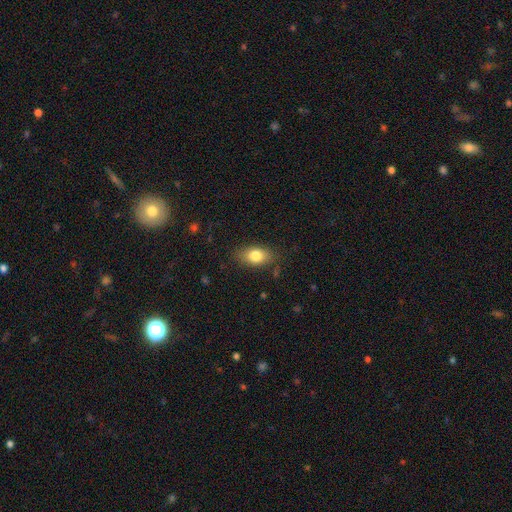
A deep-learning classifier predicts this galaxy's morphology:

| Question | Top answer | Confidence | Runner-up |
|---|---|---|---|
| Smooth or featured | smooth | 80% | featured or disk (12%) |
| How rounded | in between | 84% | round (11%) |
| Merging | none | 82% | minor disturbance (14%) |